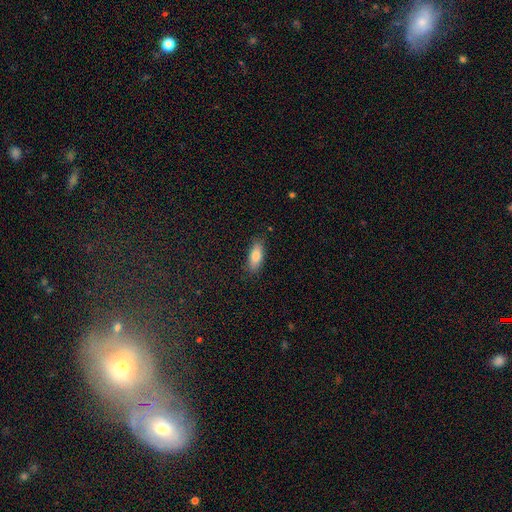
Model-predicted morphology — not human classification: smooth 82%, featured or disk 11%, star or artifact 7%. Down the decision tree: how rounded — in between (77%); merging — none (84%).